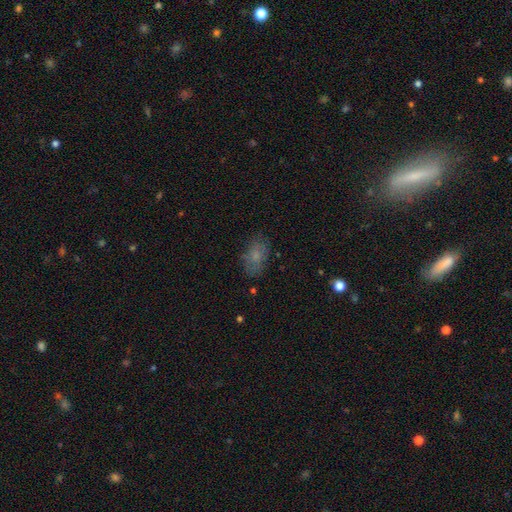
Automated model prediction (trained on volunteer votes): This appears to be a smooth galaxy with no disk features (71%) that is in between round and cigar-shaped (88%). Merging: none (74%).